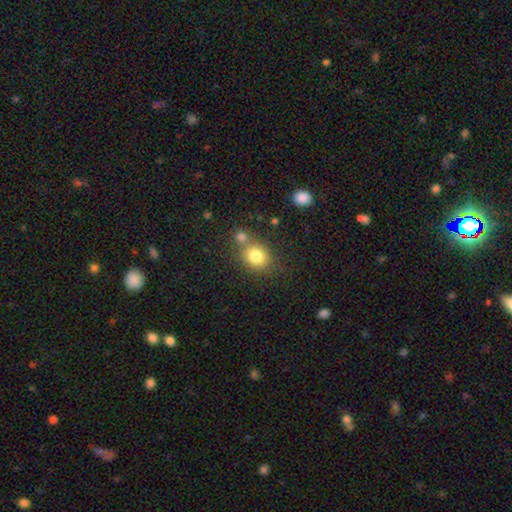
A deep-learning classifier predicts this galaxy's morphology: type=smooth (79%); roundness=round (65%); merging=none (59%).